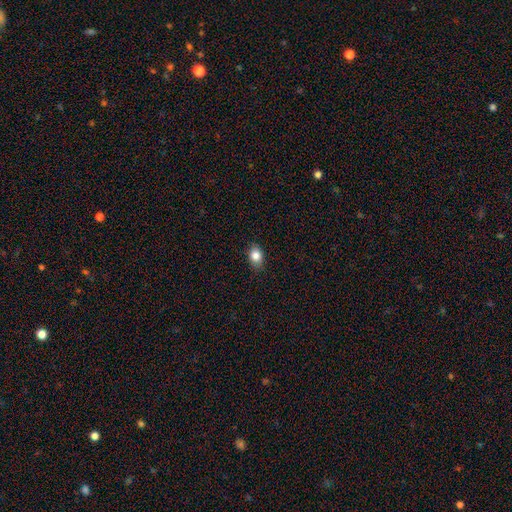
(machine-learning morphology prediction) smooth 83%, star or artifact 9%, featured or disk 7%. Down the decision tree: how rounded — in between (75%); merging — none (86%).